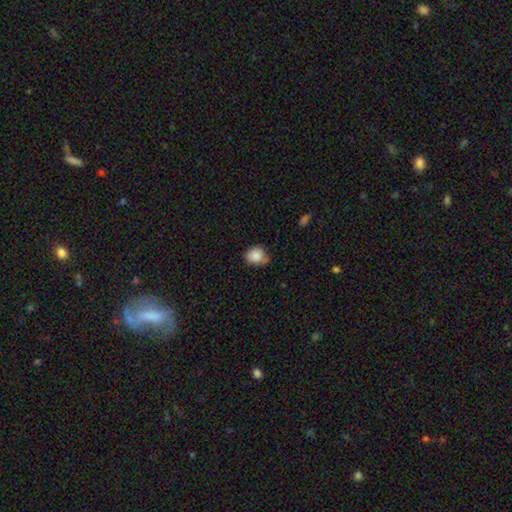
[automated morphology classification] A smooth galaxy with no disk features (85%) that is round (72%). Merging: none (60%).